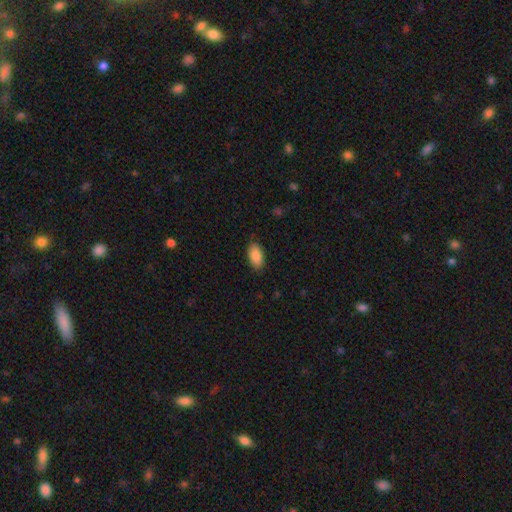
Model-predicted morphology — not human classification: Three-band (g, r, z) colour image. It shows a smooth galaxy with no disk features (88%) that is in between round and cigar-shaped (94%). Merging: none (86%).